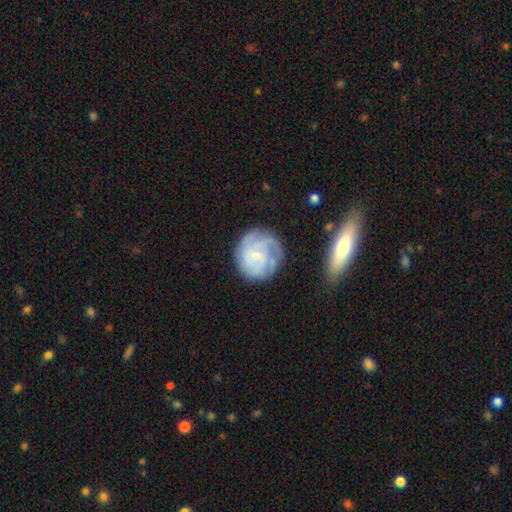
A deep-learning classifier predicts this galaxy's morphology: type=featured or disk (70%); edge-on=no (98%); bar=no (56%); spiral arms=yes (88%); winding=tight (63%); arm count=can't tell (41%); bulge=small (72%); merging=none (66%).